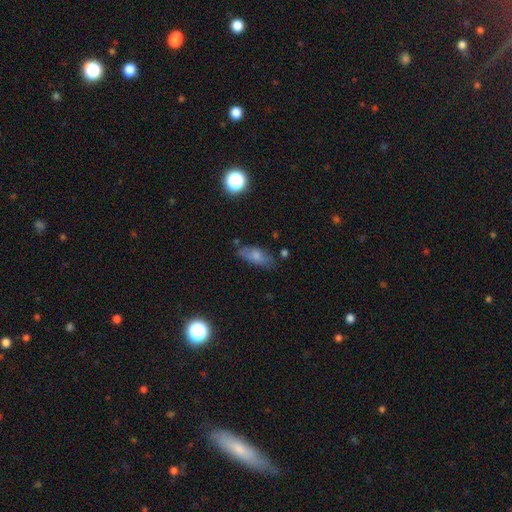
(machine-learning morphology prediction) smooth-or-featured: smooth: 70% | featured or disk: 21% | star or artifact: 10%
  how-rounded: in between: 81% | cigar-shaped: 15% | round: 3%
  merging: none: 64% | minor disturbance: 24% | major disturbance: 7% | merger: 4%